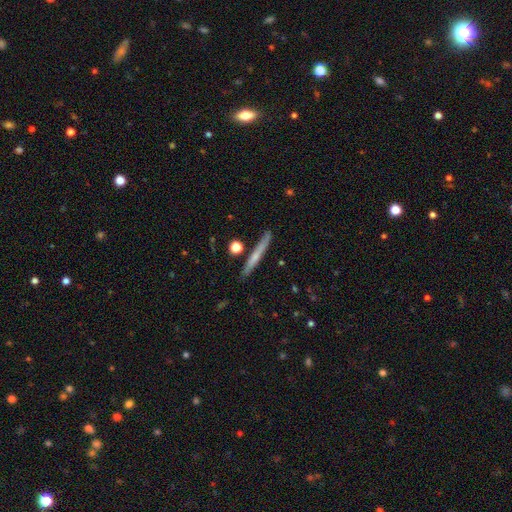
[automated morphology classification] Smooth or featured? Predicted: smooth (p=0.51). How rounded? Predicted: cigar-shaped (p=0.95). Merging? Predicted: none (p=0.86).